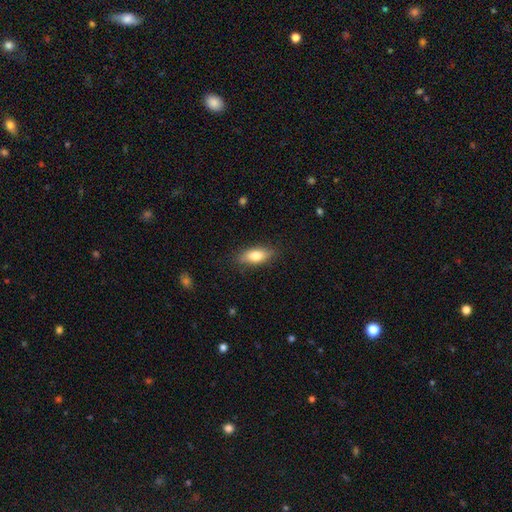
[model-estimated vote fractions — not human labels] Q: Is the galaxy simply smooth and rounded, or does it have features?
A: smooth — 77%.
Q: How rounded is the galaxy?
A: in between — 77%.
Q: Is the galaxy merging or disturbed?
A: none — 83%.